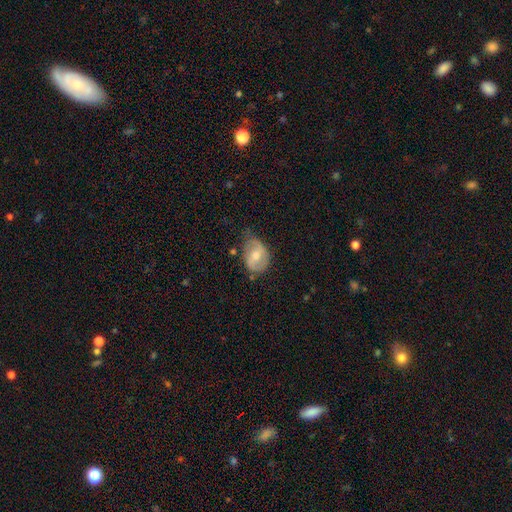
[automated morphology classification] A featured or disk galaxy (51%). Merging: none (51%).